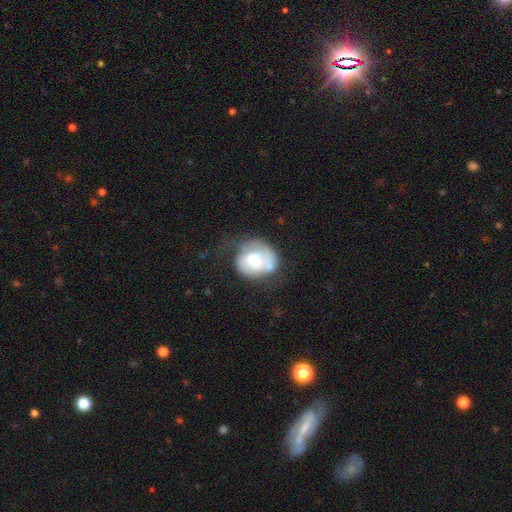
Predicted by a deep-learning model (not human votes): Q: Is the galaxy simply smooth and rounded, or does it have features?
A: smooth — 49%.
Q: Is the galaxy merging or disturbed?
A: none — 31%.